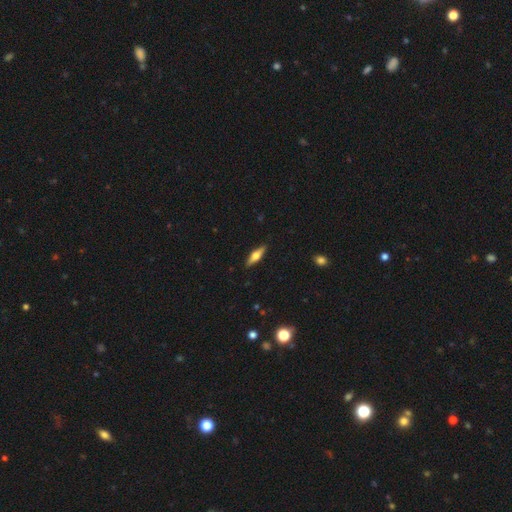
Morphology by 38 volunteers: This appears to be a featured or disk galaxy (71%) viewed edge-on (93%) with a rounded central bulge (100%). Merging: none (86%).